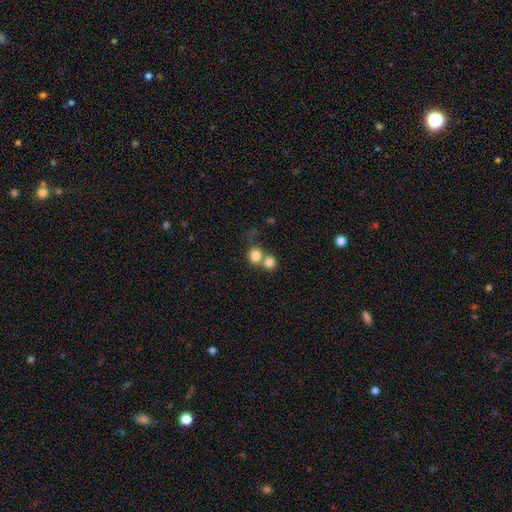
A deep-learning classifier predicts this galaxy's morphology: smooth_or_featured: smooth (p=0.80) [alt: star or artifact p=0.11]
how_rounded: round (p=0.84) [alt: in between p=0.15]
merging: merger (p=0.50) [alt: none p=0.41]